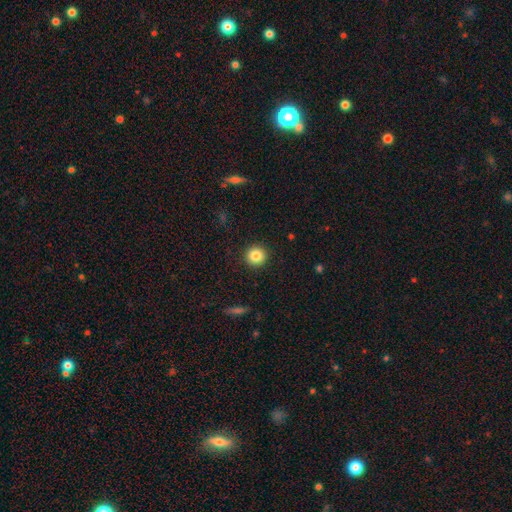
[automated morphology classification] This is clearly a smooth galaxy (84%). How rounded: clearly round (94%). Merging: clearly none (92%).